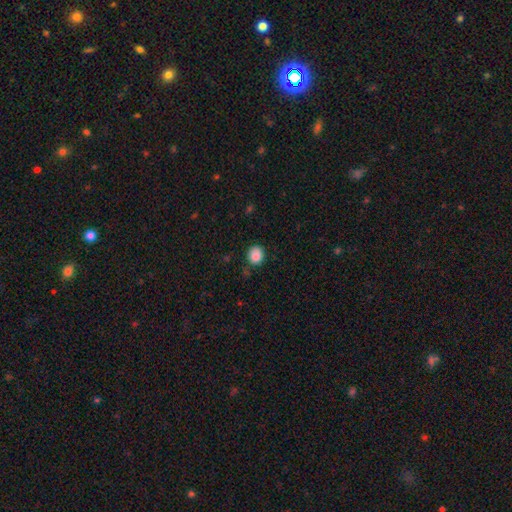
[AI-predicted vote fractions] smooth 87%, star or artifact 9%, featured or disk 4%. Down the decision tree: how rounded — round (70%); merging — none (80%).